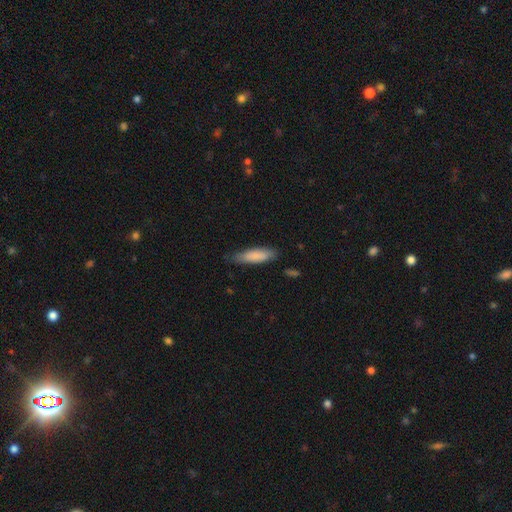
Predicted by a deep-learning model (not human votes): Smooth or featured? smooth (83%)
How rounded? cigar-shaped (65%)
Merging? none (78%)